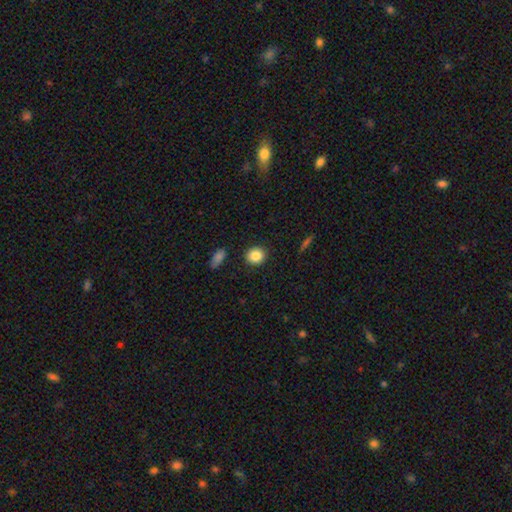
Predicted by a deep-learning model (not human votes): Smooth or featured? smooth (86%)
How rounded? round (78%)
Merging? none (90%)